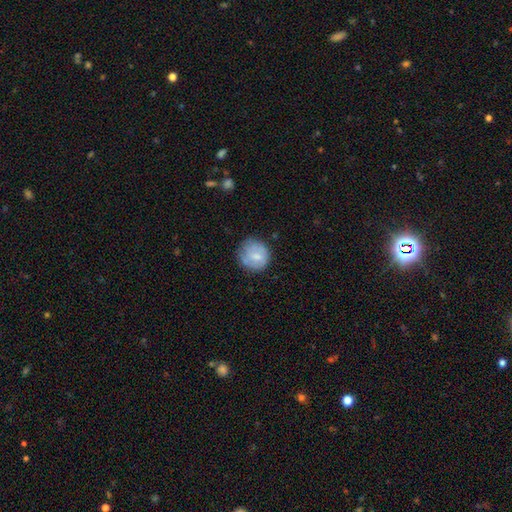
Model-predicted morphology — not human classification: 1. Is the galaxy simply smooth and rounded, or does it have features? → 70% smooth, 23% featured or disk, 7% star or artifact.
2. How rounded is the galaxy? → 88% round, 11% in between, 1% cigar-shaped.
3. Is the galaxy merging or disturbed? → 69% none, 22% minor disturbance, 7% major disturbance, 3% merger.